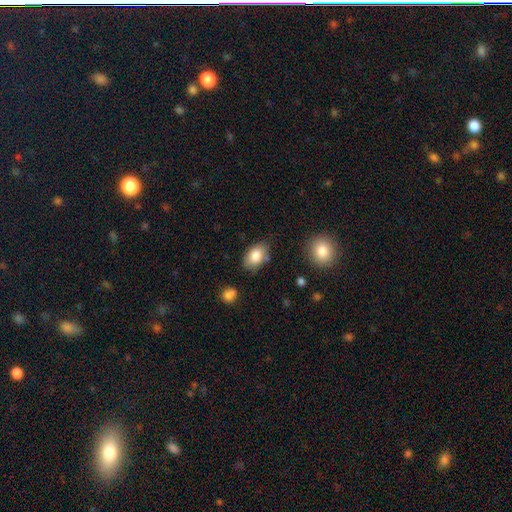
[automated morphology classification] The model was most divided on "merging": none: 76%, minor disturbance: 17%, merger: 4%, major disturbance: 3%. More confident: how rounded — in between (86%); smooth or featured — smooth (84%).